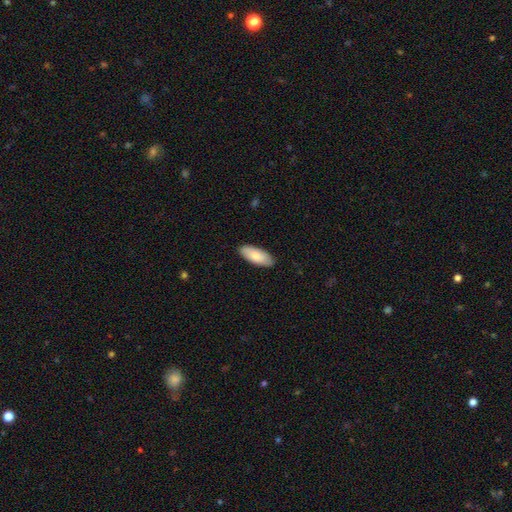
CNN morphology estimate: This appears to be a smooth galaxy with no disk features (82%) that is in between round and cigar-shaped (85%). Merging: none (87%).